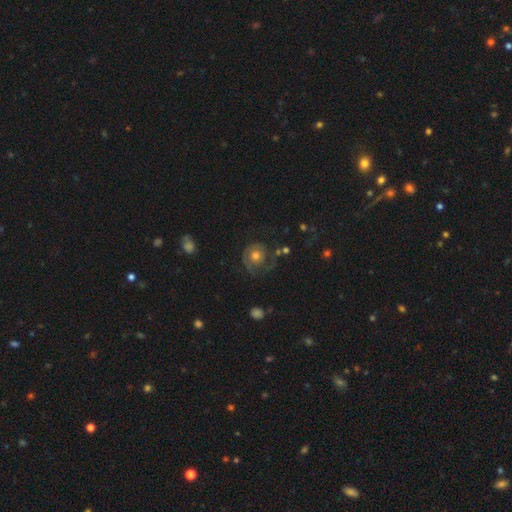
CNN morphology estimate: This appears to be a featured or disk galaxy (57%) with no bar (86%), spiral arms (74%) and a moderate central bulge (69%). Merging: none (61%).